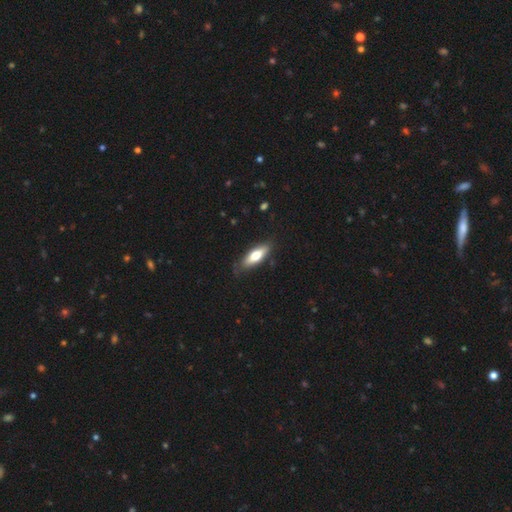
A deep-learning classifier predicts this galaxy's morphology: Smooth or featured? Predicted: smooth (p=0.65). How rounded? Predicted: in between (p=0.56). Merging? Predicted: none (p=0.82).